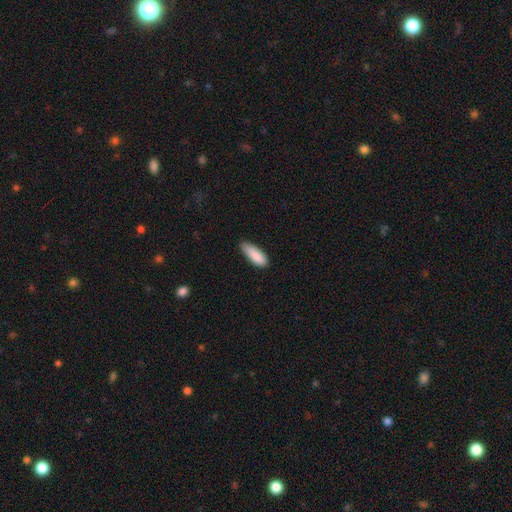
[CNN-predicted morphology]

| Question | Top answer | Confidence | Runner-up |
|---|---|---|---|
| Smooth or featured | smooth | 89% | star or artifact (6%) |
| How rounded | in between | 62% | cigar-shaped (36%) |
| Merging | none | 68% | minor disturbance (27%) |